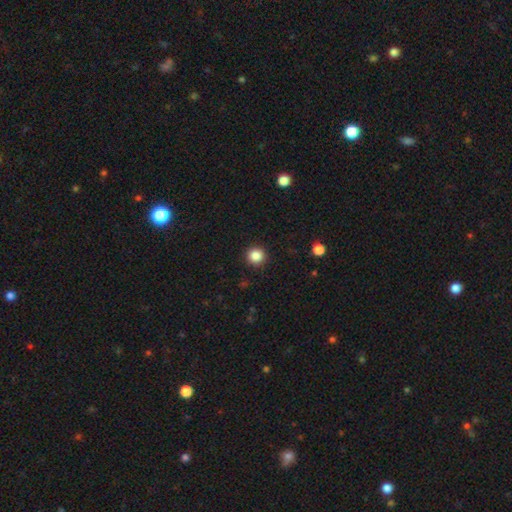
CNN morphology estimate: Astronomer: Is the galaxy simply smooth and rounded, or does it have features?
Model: smooth — 86%.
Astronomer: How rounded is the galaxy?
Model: round — 95%.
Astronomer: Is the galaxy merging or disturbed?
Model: none — 92%.